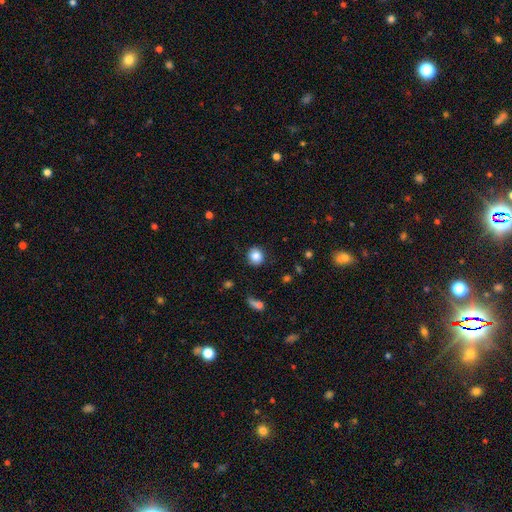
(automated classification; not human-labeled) smooth 85%, star or artifact 9%, featured or disk 5%. Down the decision tree: how rounded — round (86%); merging — none (88%).